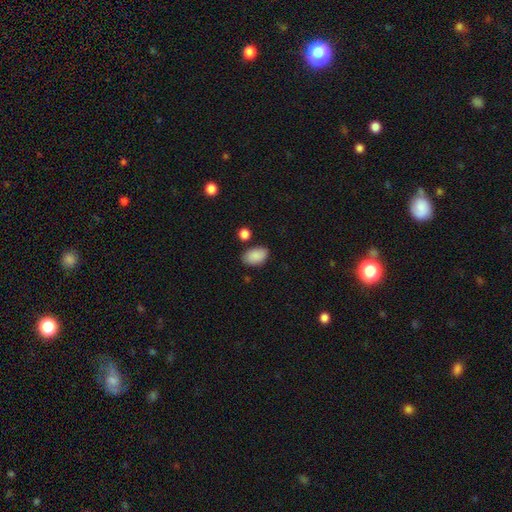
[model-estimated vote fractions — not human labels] smooth_or_featured: smooth (p=0.88) [alt: star or artifact p=0.07]
how_rounded: in between (p=0.91) [alt: round p=0.08]
merging: none (p=0.78) [alt: minor disturbance p=0.14]